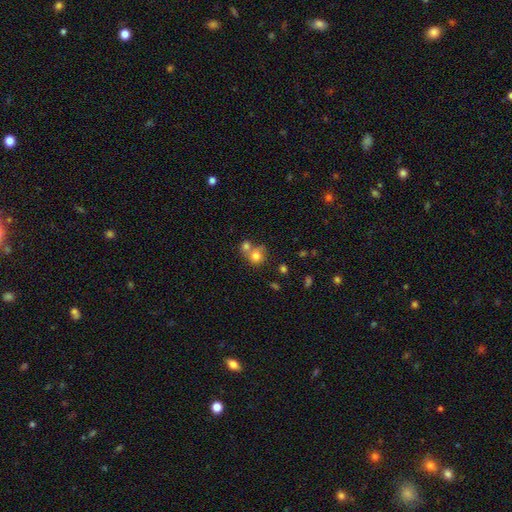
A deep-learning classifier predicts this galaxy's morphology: A smooth galaxy with no disk features (75%) that is round (80%). Merging: merger (49%).